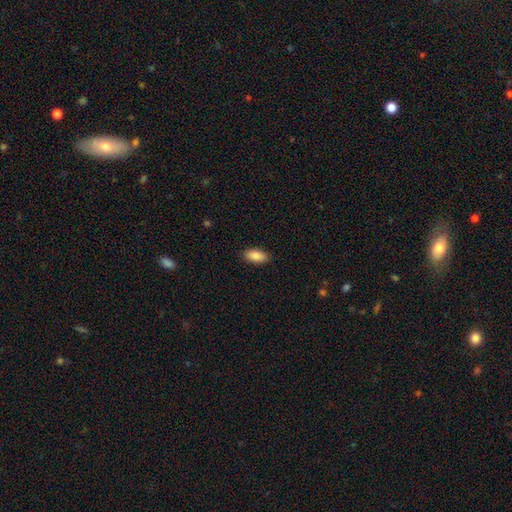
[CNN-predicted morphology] type=smooth (89%); roundness=in between (91%); merging=none (88%).